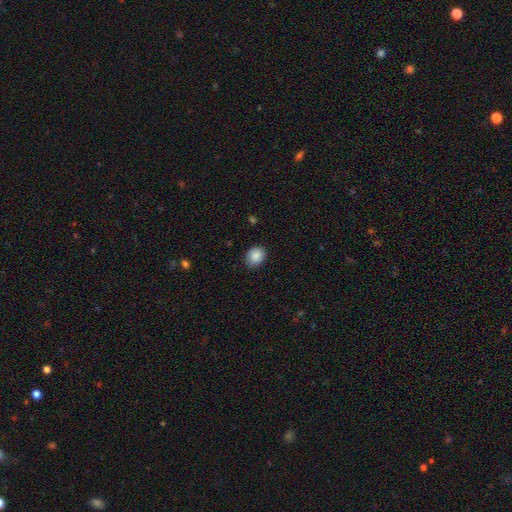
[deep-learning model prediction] Q: Smooth or featured?
A: smooth (88%); runner-up: star or artifact (8%)
Q: How rounded?
A: round (55%); runner-up: in between (44%)
Q: Merging?
A: none (83%); runner-up: minor disturbance (13%)